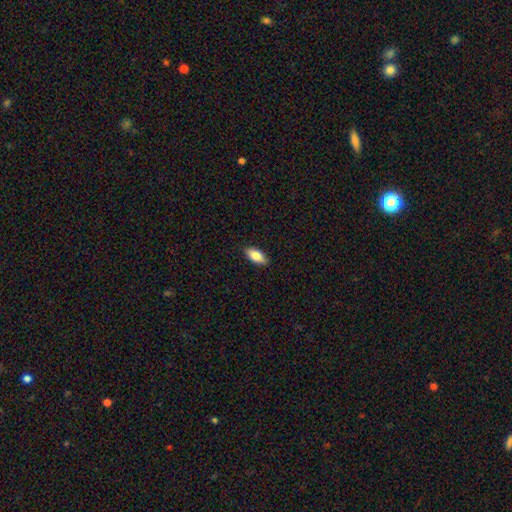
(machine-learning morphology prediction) Overall: smooth (81%). How rounded: in between (86%). Merging: none (89%).